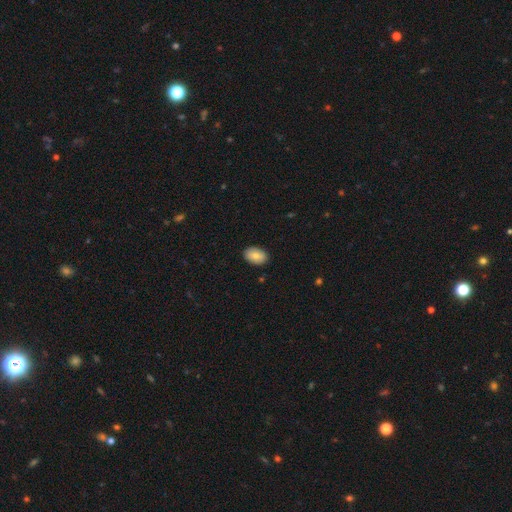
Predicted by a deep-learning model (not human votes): smooth 81%, featured or disk 12%, star or artifact 7%. Down the decision tree: how rounded — in between (87%); merging — none (89%).